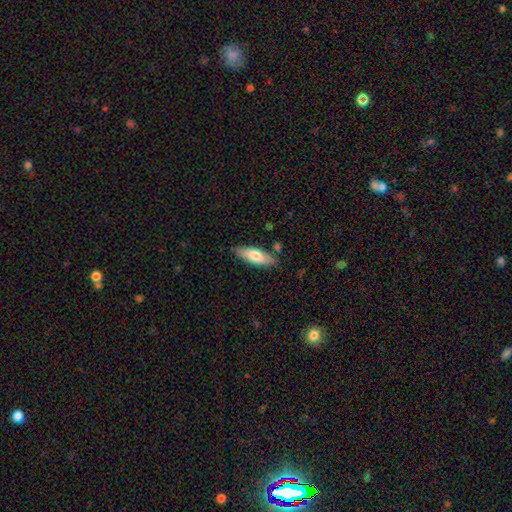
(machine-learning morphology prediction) A smooth galaxy with no disk features (72%) that is in between round and cigar-shaped (61%).

Vote fractions:
- Smooth or featured? smooth: 72% / featured or disk: 22% / star or artifact: 6%
- How rounded? in between: 61% / cigar-shaped: 37% / round: 2%
- Merging? none: 82% / minor disturbance: 13% / merger: 3% / major disturbance: 2%